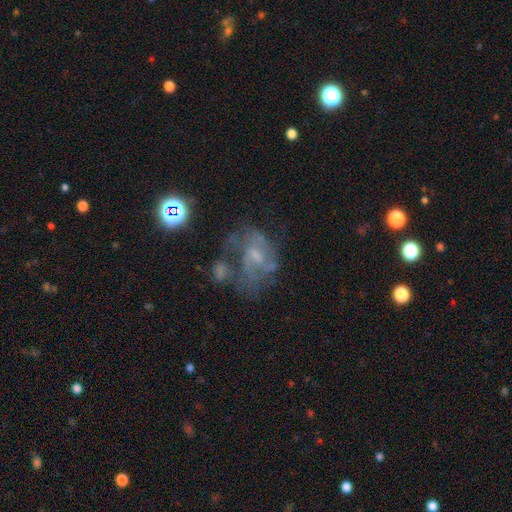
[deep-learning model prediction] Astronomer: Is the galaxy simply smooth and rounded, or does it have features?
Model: featured or disk — 65%.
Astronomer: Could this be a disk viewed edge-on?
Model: no — 97%.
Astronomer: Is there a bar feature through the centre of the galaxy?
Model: no — 49% (runner-up: weak, 42%).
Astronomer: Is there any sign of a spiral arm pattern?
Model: yes — 65%.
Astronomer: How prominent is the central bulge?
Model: small — 41% (runner-up: moderate, 29%).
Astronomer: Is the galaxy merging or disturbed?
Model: none — 36% (runner-up: major disturbance, 29%).